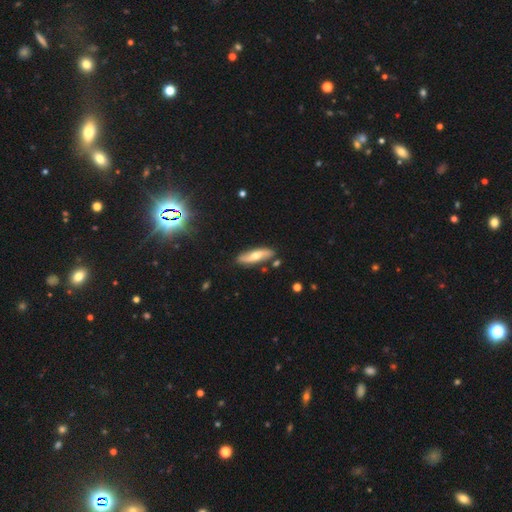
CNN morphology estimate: Smooth or featured? Predicted: featured or disk (p=0.51). Edge-on disk? Predicted: no (p=0.54). Merging? Predicted: none (p=0.82).